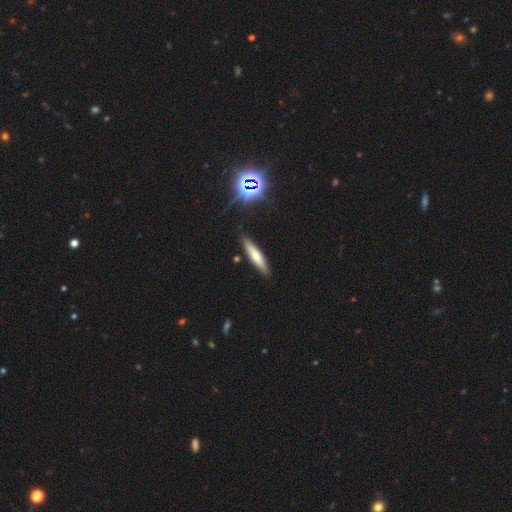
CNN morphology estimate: smooth-or-featured: smooth: 58% | featured or disk: 33% | star or artifact: 10%
  how-rounded: cigar-shaped: 84% | in between: 15% | round: 2%
  merging: none: 87% | minor disturbance: 9% | merger: 2% | major disturbance: 2%